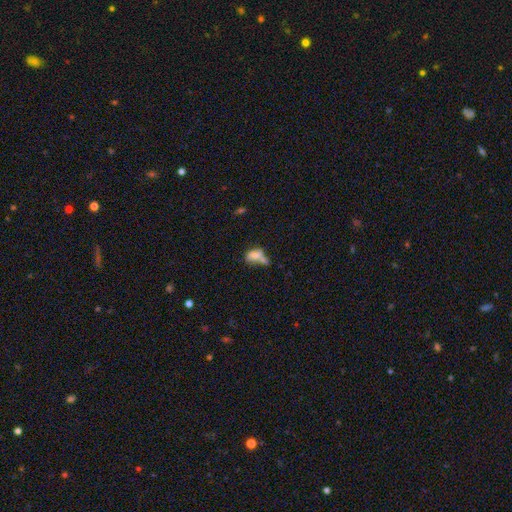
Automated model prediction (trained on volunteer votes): Smooth or featured? smooth (66%)
How rounded? in between (80%)
Merging? merger (50%)